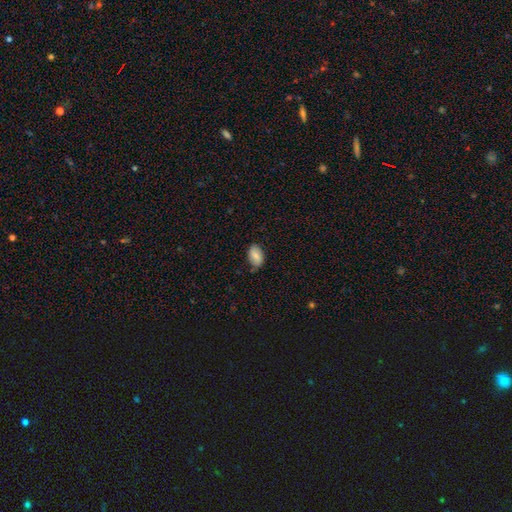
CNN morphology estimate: This is likely a smooth galaxy (79%). How rounded: clearly in between (91%). Merging: likely none (72%).